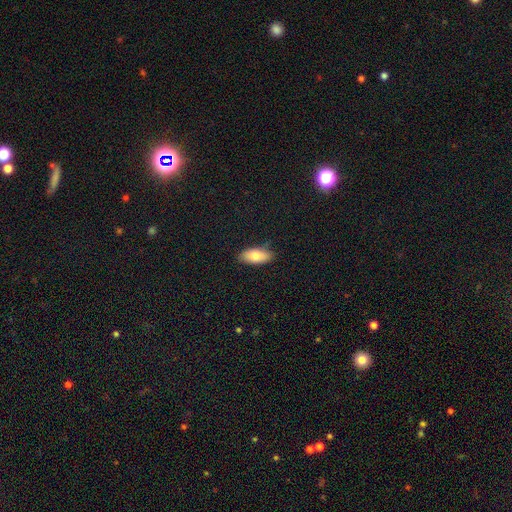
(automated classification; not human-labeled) A smooth galaxy with no disk features (79%) that is in between round and cigar-shaped (87%). Merging: none (85%).